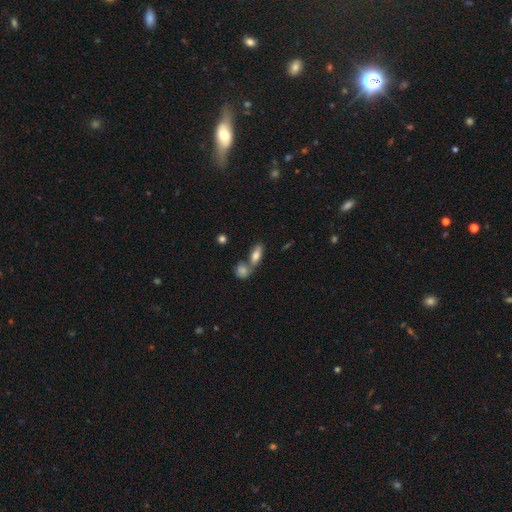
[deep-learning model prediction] This appears to be a smooth galaxy with no disk features (74%) that is in between round and cigar-shaped (74%). Merging: none (49%).